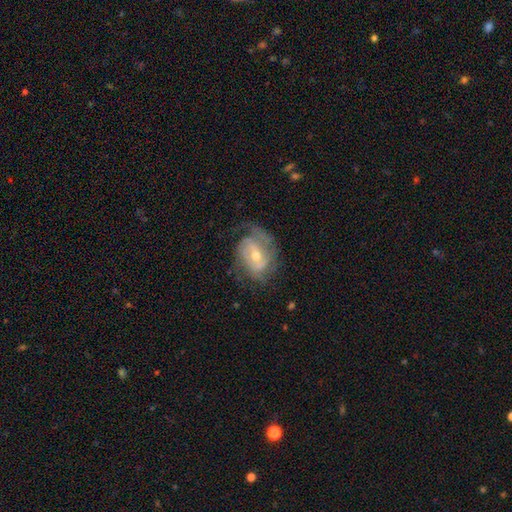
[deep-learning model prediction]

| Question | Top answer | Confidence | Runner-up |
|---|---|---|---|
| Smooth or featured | featured or disk | 82% | smooth (12%) |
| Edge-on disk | no | 96% | yes (4%) |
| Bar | weak | 47% | no (32%) |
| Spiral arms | yes | 90% | no (10%) |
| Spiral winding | tight | 45% | medium (37%) |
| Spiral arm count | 2 | 39% | can't tell (29%) |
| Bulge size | moderate | 59% | small (36%) |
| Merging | none | 58% | minor disturbance (23%) |